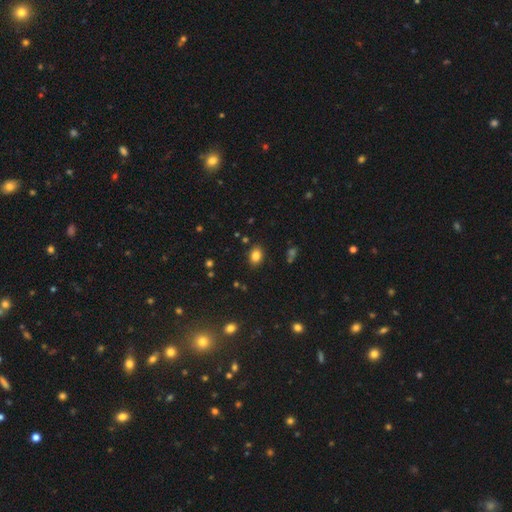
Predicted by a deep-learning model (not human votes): A smooth galaxy with no disk features (83%) that is in between round and cigar-shaped (71%).

Vote fractions:
- Smooth or featured? smooth: 83% / star or artifact: 11% / featured or disk: 6%
- How rounded? in between: 71% / round: 28% / cigar-shaped: 1%
- Merging? none: 86% / minor disturbance: 9% / major disturbance: 3% / merger: 2%